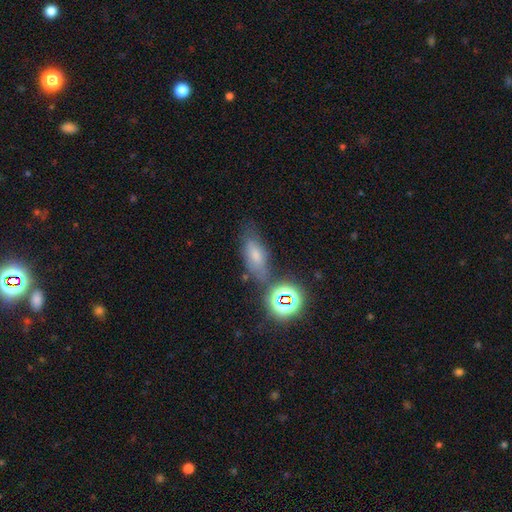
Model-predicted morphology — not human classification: Smooth or featured? Predicted: smooth (p=0.57). How rounded? Predicted: in between (p=0.74). Merging? Predicted: none (p=0.56).